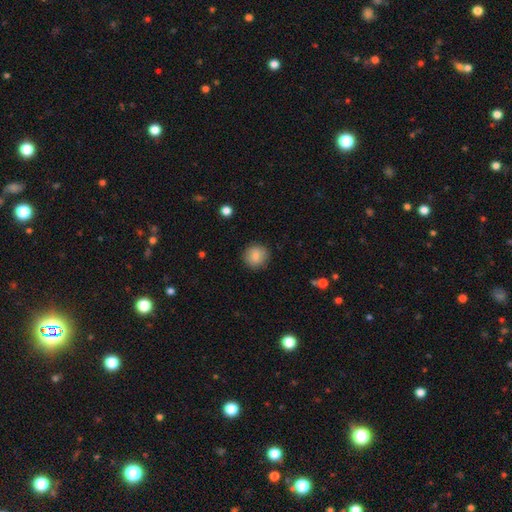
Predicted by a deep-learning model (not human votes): Smooth or featured? Predicted: smooth (p=0.85). How rounded? Predicted: round (p=0.89). Merging? Predicted: none (p=0.88).